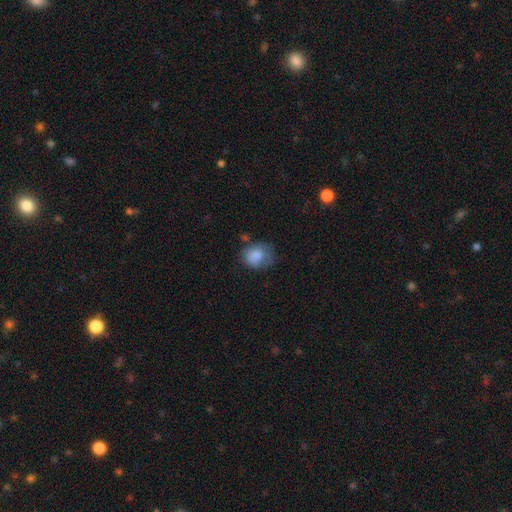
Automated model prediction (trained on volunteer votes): Q: Smooth or featured?
A: smooth (82%); runner-up: featured or disk (9%)
Q: How rounded?
A: round (55%); runner-up: in between (44%)
Q: Merging?
A: none (47%); runner-up: minor disturbance (32%)